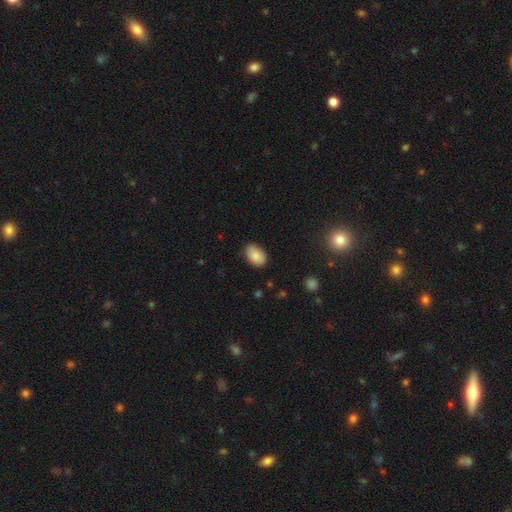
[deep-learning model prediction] Smooth or featured? smooth (86%)
How rounded? in between (89%)
Merging? none (82%)